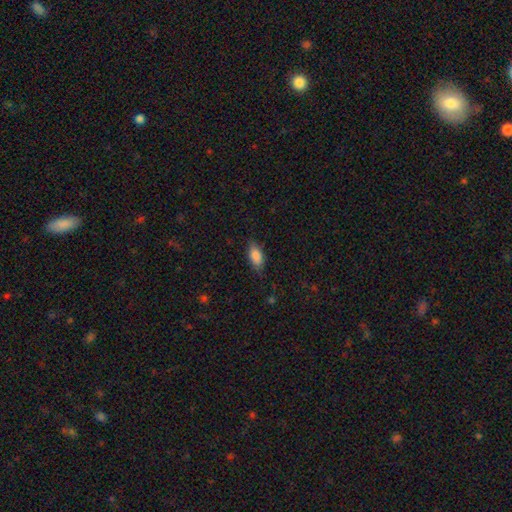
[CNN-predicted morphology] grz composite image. It shows a smooth galaxy with no disk features (86%) that is in between round and cigar-shaped (88%). Merging: none (78%).